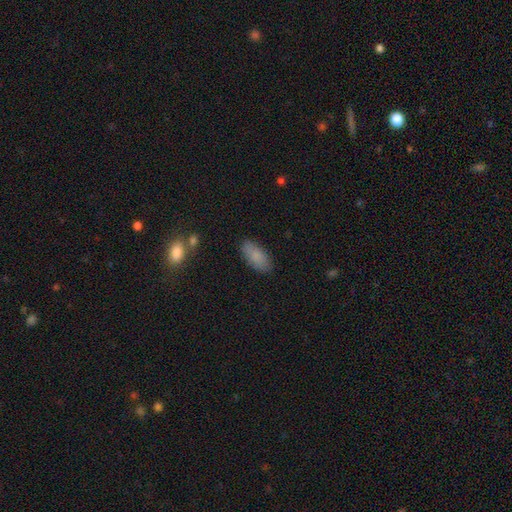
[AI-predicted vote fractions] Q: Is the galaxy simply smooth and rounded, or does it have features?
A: smooth — 85%.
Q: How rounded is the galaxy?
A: in between — 89%.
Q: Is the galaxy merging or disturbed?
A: none — 83%.